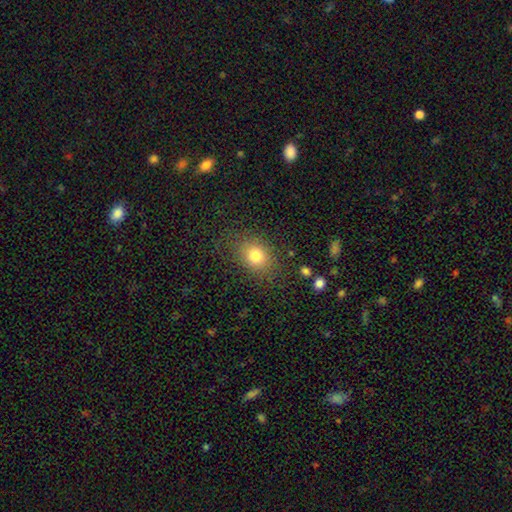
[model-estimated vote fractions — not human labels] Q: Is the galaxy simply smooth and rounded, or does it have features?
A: smooth — 79%.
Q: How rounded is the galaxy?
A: round — 50%.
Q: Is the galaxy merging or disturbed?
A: none — 79%.